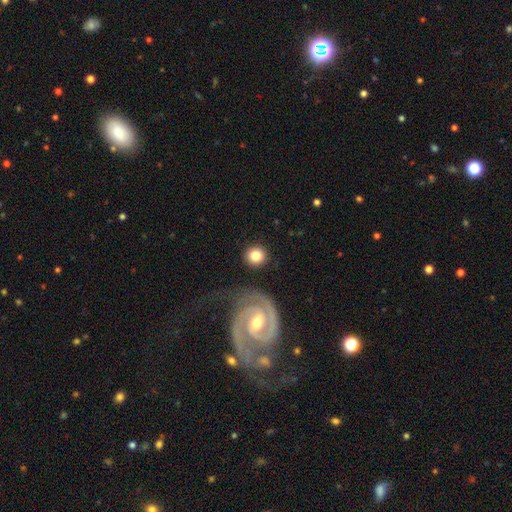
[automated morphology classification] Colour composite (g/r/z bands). It shows a smooth galaxy with no disk features (79%) that is round (91%). Merging: none (85%).